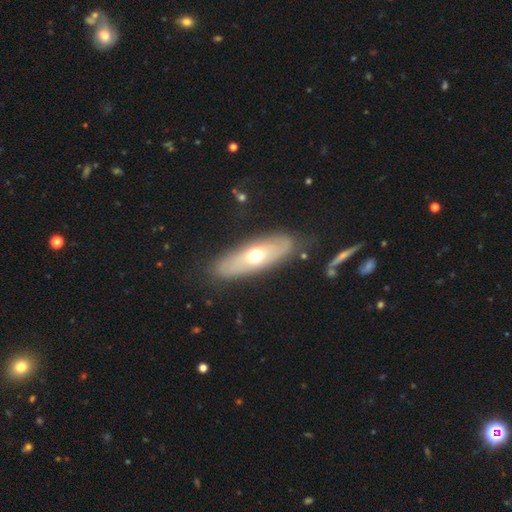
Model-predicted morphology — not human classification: smooth_or_featured: featured or disk (p=0.47) [alt: smooth p=0.46]
merging: none (p=0.82) [alt: minor disturbance p=0.12]